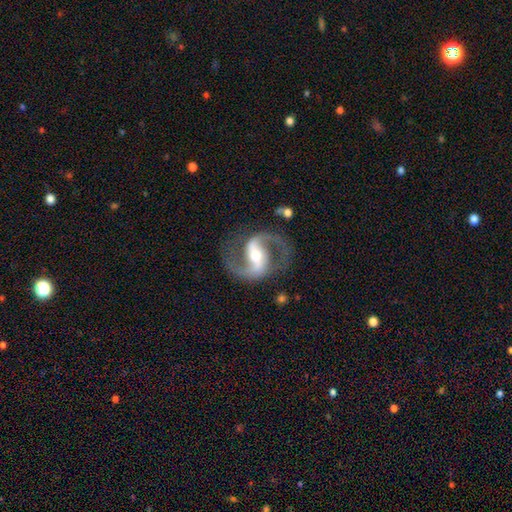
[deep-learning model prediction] This appears to be a featured or disk galaxy (93%) with a strong bar (54%), 2 (94%) medium (58%) spiral arms (98%) and a moderate central bulge (64%). Merging: none (83%).